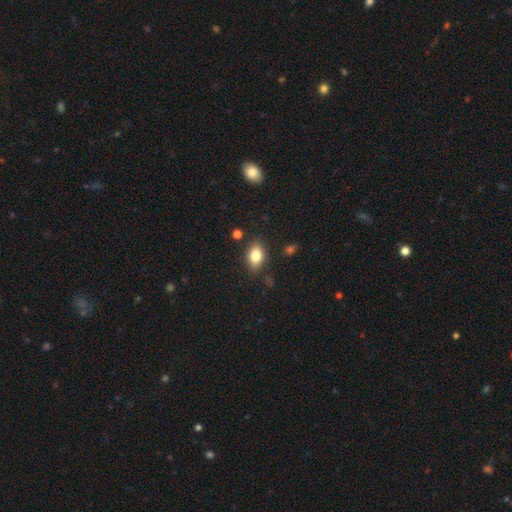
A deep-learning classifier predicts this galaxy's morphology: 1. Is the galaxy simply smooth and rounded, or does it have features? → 80% smooth, 11% featured or disk, 9% star or artifact.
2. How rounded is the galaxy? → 80% in between, 17% round, 2% cigar-shaped.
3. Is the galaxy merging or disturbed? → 83% none, 12% minor disturbance, 3% major disturbance, 2% merger.